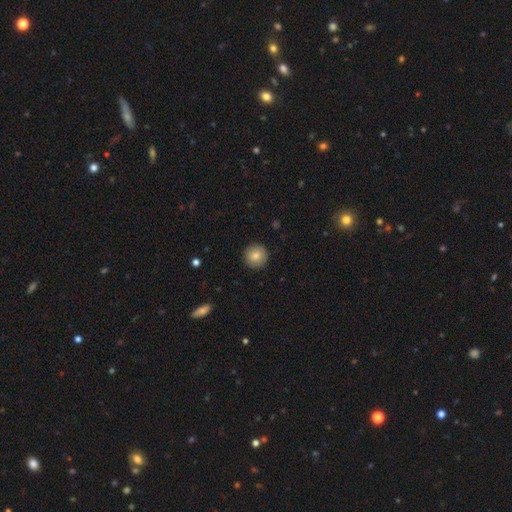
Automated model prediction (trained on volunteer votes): Smooth or featured: smooth — 83% (featured or disk — 9%)
How rounded: round — 95% (in between — 4%)
Merging: none — 92% (minor disturbance — 6%)